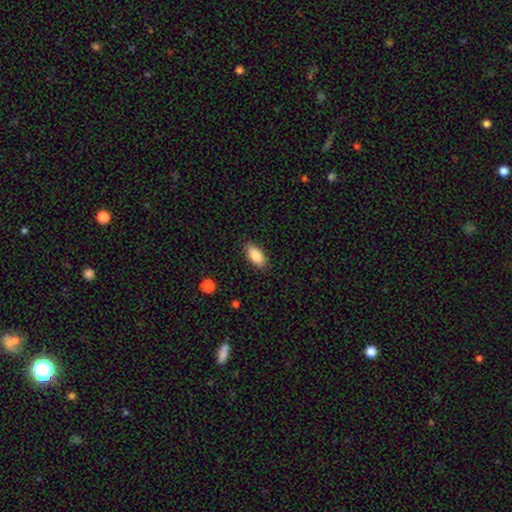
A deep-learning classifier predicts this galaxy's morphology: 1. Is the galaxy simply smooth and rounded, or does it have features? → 87% smooth, 7% star or artifact, 6% featured or disk.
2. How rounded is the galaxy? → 89% in between, 9% cigar-shaped, 2% round.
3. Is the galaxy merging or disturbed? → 86% none, 11% minor disturbance, 2% major disturbance, 1% merger.